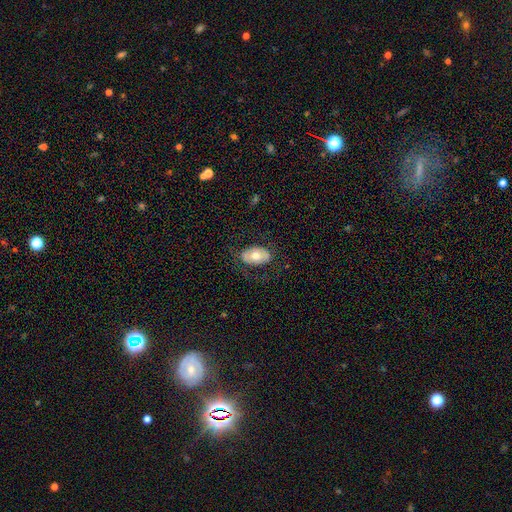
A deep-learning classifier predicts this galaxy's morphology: Smooth or featured? smooth (60%)
How rounded? in between (91%)
Merging? none (76%)